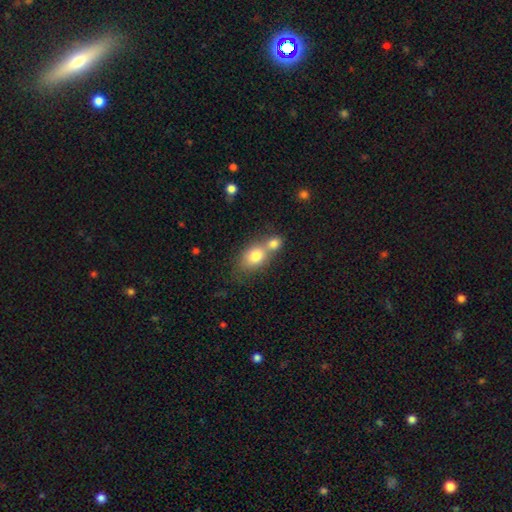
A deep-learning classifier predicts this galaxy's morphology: smooth_or_featured: smooth (p=0.77) [alt: featured or disk p=0.14]
how_rounded: in between (p=0.64) [alt: round p=0.33]
merging: merger (p=0.59) [alt: none p=0.28]